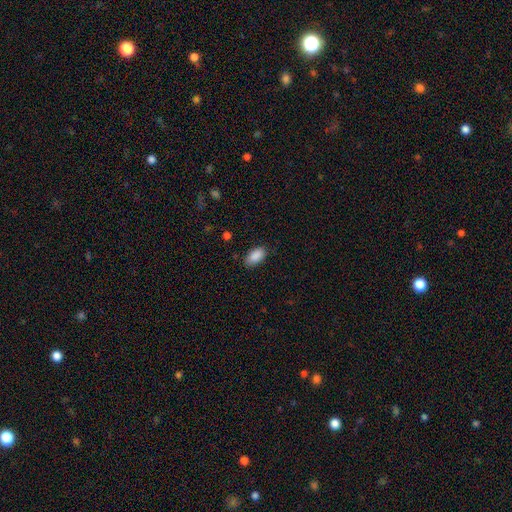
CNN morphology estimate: Overall: smooth (90%). How rounded: in between (93%). Merging: none (84%).